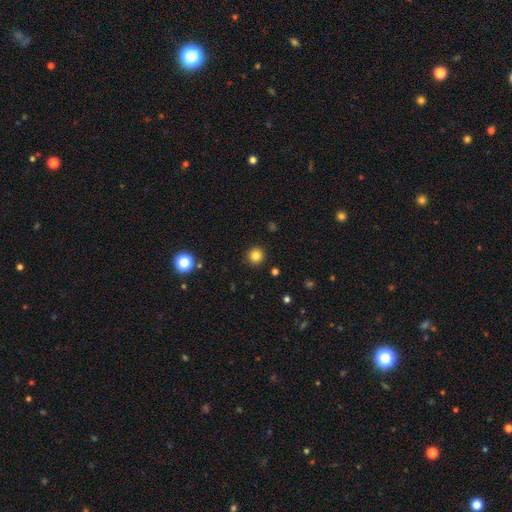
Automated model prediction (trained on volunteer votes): Overall: smooth (82%). How rounded: round (95%). Merging: none (92%).